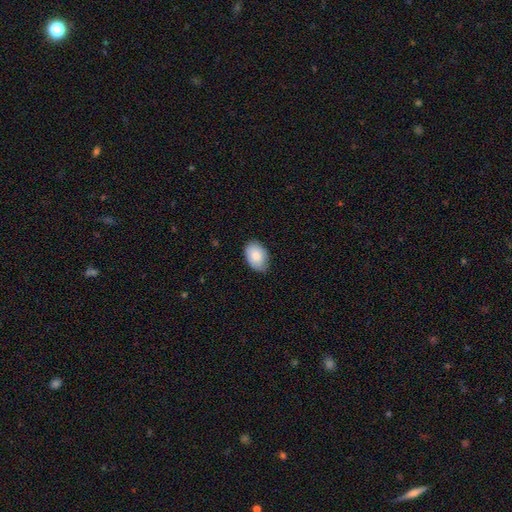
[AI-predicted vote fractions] This is clearly a smooth galaxy (82%). How rounded: clearly in between (85%). Merging: likely none (79%).